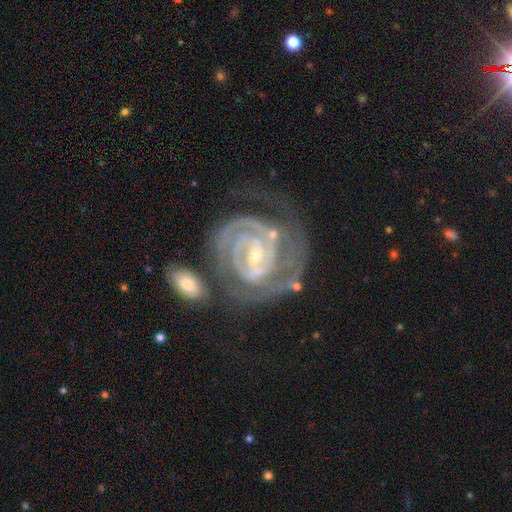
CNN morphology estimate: type=featured or disk (91%); edge-on=no (97%); bar=weak (44%); spiral arms=yes (98%); winding=tight (78%); arm count=2 (56%); bulge=small (64%); merging=none (52%).